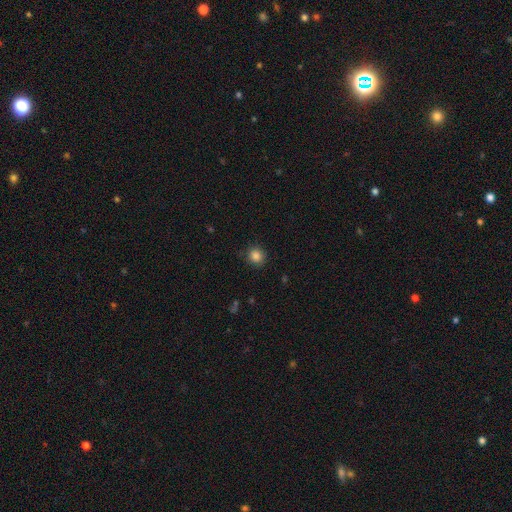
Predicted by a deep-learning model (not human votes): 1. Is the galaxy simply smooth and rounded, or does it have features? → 85% smooth, 11% star or artifact, 4% featured or disk.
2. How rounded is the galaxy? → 88% round, 11% in between, 1% cigar-shaped.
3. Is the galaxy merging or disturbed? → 87% none, 9% minor disturbance, 3% major disturbance, 1% merger.